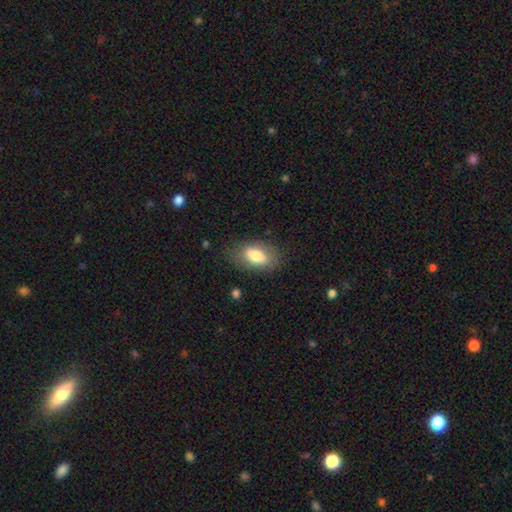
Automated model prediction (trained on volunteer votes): Q: Smooth or featured?
A: smooth (77%); runner-up: featured or disk (15%)
Q: How rounded?
A: in between (91%); runner-up: round (6%)
Q: Merging?
A: none (77%); runner-up: minor disturbance (16%)